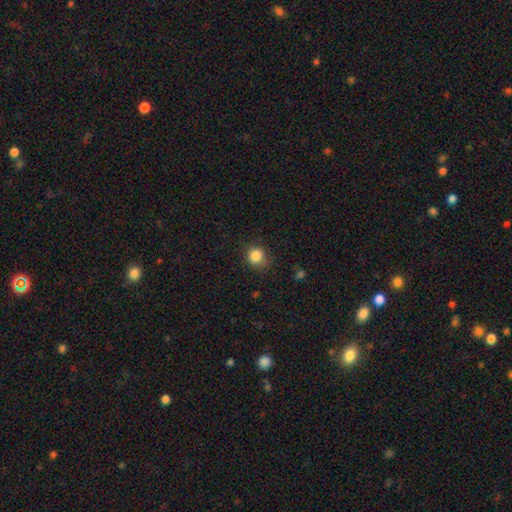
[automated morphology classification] smooth 85%, star or artifact 10%, featured or disk 4%. Down the decision tree: how rounded — round (87%); merging — none (76%).